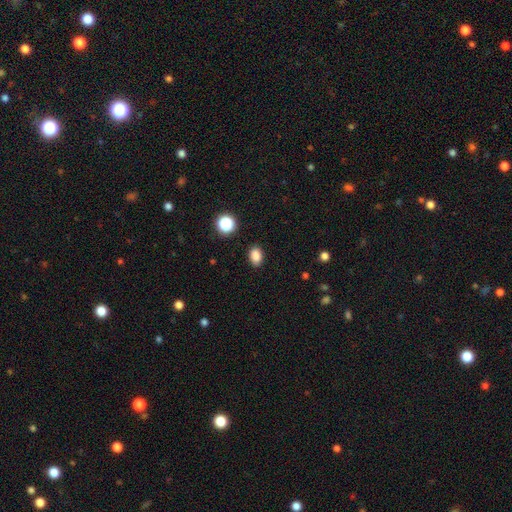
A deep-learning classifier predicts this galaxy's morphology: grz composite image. It shows a smooth galaxy with no disk features (85%) that is in between round and cigar-shaped (79%). Merging: none (88%).